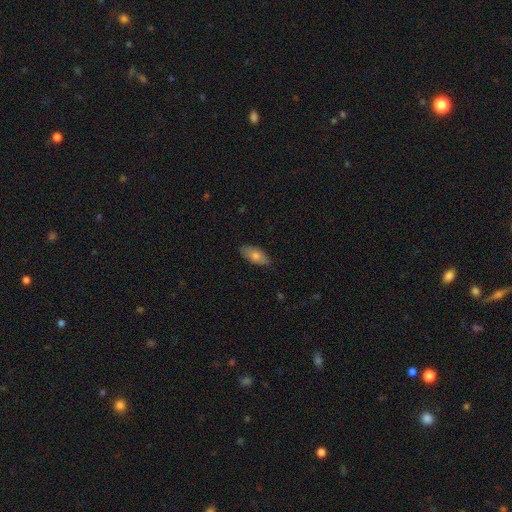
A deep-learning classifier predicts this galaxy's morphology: A smooth galaxy with no disk features (74%) that is in between round and cigar-shaped (88%). Merging: none (82%).